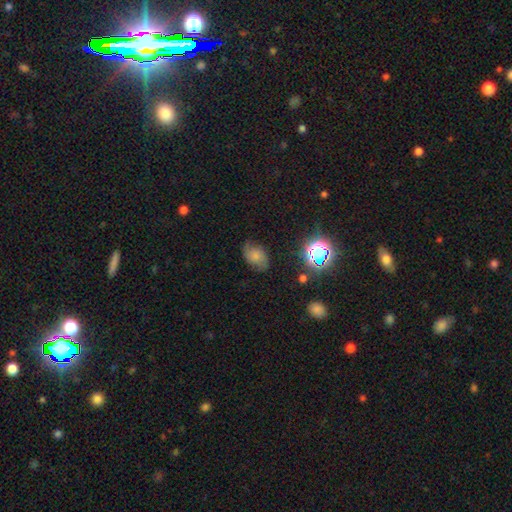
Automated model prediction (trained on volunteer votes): smooth 47%, featured or disk 36%, star or artifact 17%. Down the decision tree: merging — none (66%).